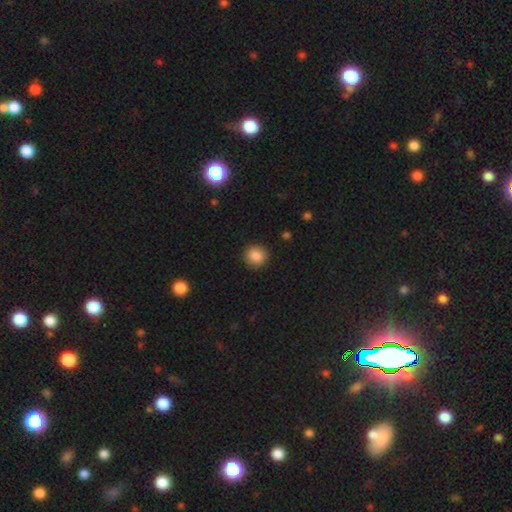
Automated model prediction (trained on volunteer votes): Smooth or featured?
  - smooth: 87% *
  - star or artifact: 9%
  - featured or disk: 4%
How rounded?
  - round: 90% *
  - in between: 9%
  - cigar-shaped: 1%
Merging?
  - none: 91% *
  - minor disturbance: 6%
  - major disturbance: 2%
  - merger: 1%